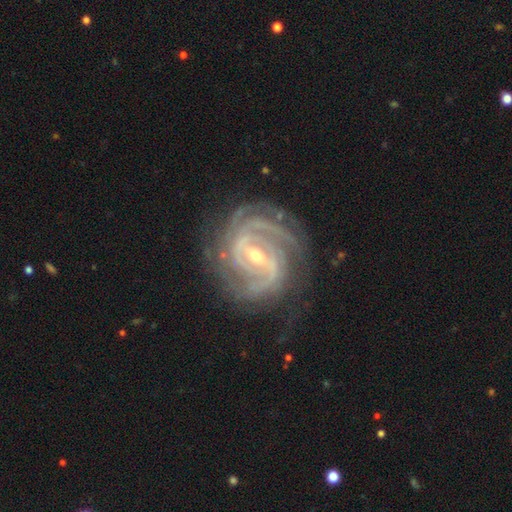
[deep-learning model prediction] A featured or disk galaxy (93%) with a strong bar (47%), 3 (25%) tight (67%) spiral arms (98%) and a small central bulge (55%).

Vote fractions:
- Smooth or featured? featured or disk: 93% / star or artifact: 5% / smooth: 3%
- Edge-on disk? no: 97% / yes: 3%
- Bar? strong: 47% / weak: 40% / no: 13%
- Spiral arms? yes: 98% / no: 2%
- Spiral winding? tight: 67% / medium: 29% / loose: 4%
- Spiral arm count? 3: 25% / 2: 24% / 4: 19% / can't tell: 16% / more than 4: 8% / 1: 7%
- Bulge size? small: 55% / moderate: 42% / large: 1% / none: 1% / dominant: 1%
- Merging? none: 77% / minor disturbance: 15% / major disturbance: 7% / merger: 1%